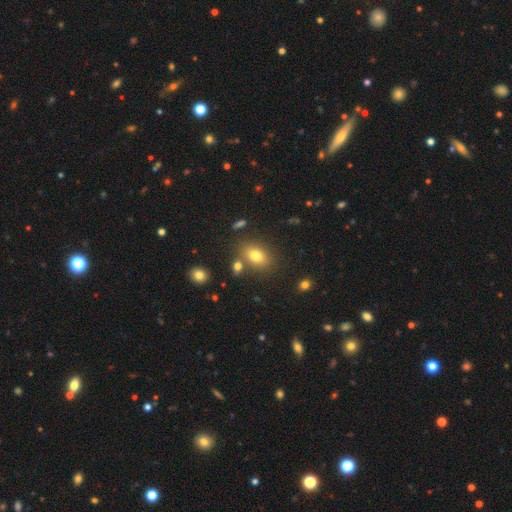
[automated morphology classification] Smooth or featured? Predicted: smooth (p=0.77). How rounded? Predicted: in between (p=0.77). Merging? Predicted: none (p=0.74).